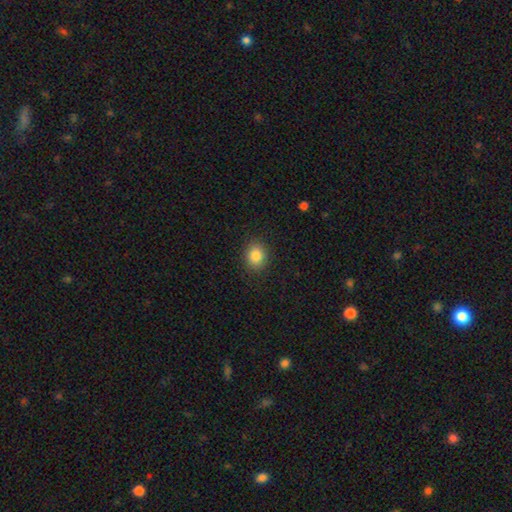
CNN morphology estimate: Smooth or featured: smooth — 85% (star or artifact — 10%)
How rounded: round — 63% (in between — 37%)
Merging: none — 89% (minor disturbance — 7%)